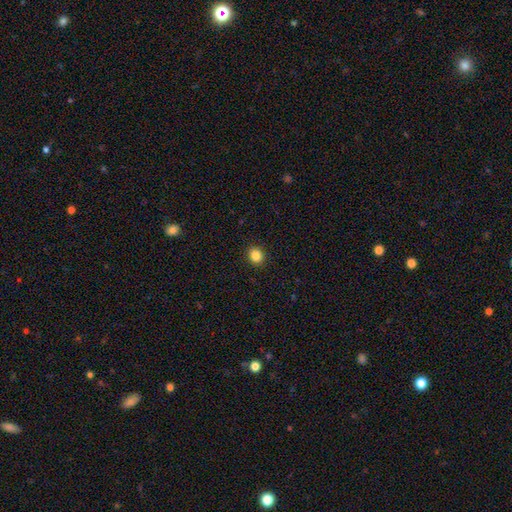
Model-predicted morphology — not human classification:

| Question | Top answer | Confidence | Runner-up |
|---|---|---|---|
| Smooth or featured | smooth | 85% | star or artifact (11%) |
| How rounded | round | 80% | in between (19%) |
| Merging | none | 91% | minor disturbance (6%) |